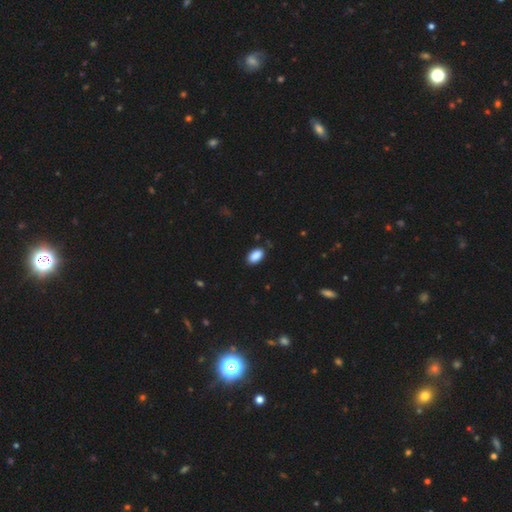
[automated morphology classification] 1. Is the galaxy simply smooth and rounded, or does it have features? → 90% smooth, 7% star or artifact, 3% featured or disk.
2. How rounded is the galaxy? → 93% in between, 5% round, 2% cigar-shaped.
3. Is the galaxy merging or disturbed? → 85% none, 12% minor disturbance, 2% major disturbance, 1% merger.